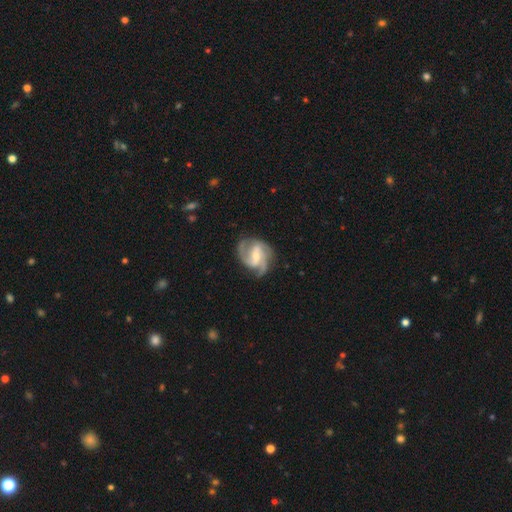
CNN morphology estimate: This is clearly a featured or disk galaxy (88%). It is clearly not viewed edge-on (98%). Bar: possibly weak (50%). Spiral arm pattern: clearly yes (97%). Spiral arm count: possibly 3 (47%). Spiral winding: possibly medium (54%). Central bulge: possibly small (51%). Merging: likely none (71%).